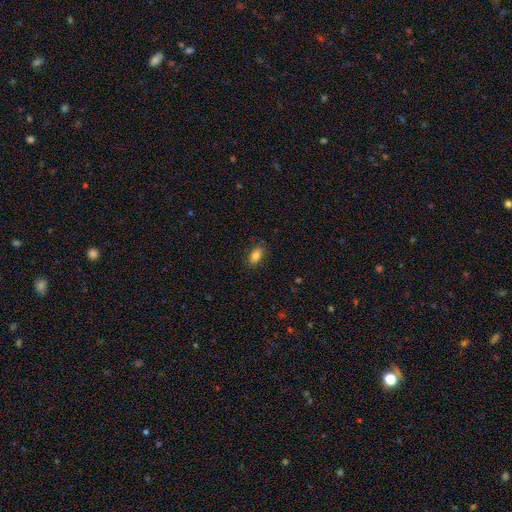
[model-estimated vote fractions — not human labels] smooth-or-featured: smooth: 82% | star or artifact: 9% | featured or disk: 9%
  how-rounded: in between: 88% | round: 9% | cigar-shaped: 3%
  merging: none: 84% | minor disturbance: 12% | major disturbance: 3% | merger: 1%